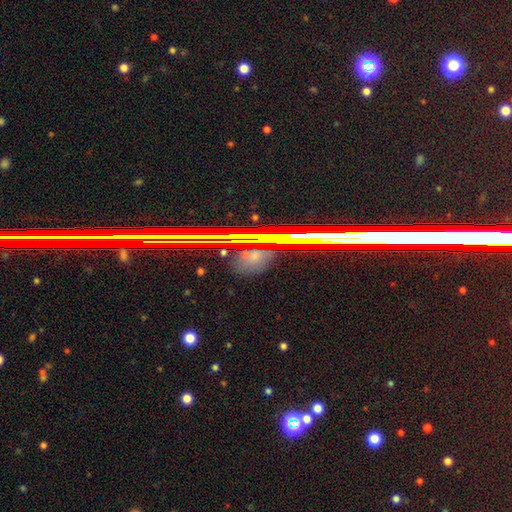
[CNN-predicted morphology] smooth_or_featured: star or artifact (p=0.60) [alt: smooth p=0.25]